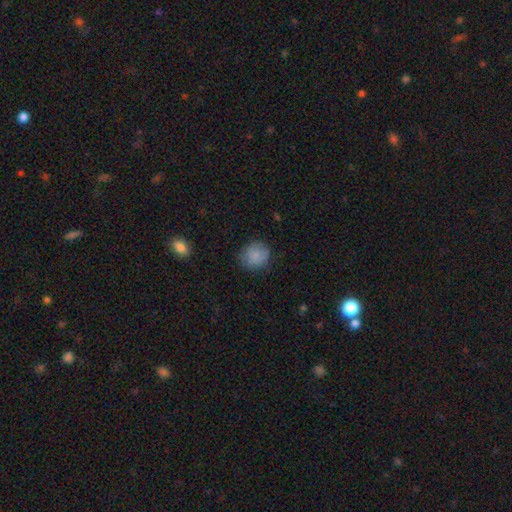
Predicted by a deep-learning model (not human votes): smooth-or-featured: smooth: 85% | star or artifact: 9% | featured or disk: 6%
  how-rounded: round: 87% | in between: 13% | cigar-shaped: 1%
  merging: none: 81% | minor disturbance: 14% | major disturbance: 4% | merger: 1%